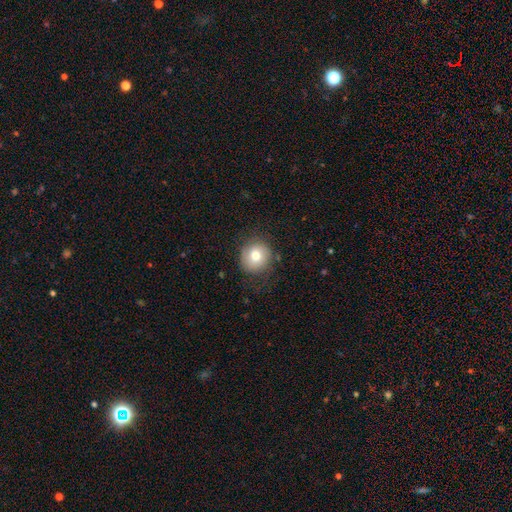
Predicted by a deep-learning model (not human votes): Smooth or featured?
  - smooth: 73% *
  - featured or disk: 17%
  - star or artifact: 10%
How rounded?
  - round: 86% *
  - in between: 13%
  - cigar-shaped: 1%
Merging?
  - none: 78% *
  - minor disturbance: 15%
  - major disturbance: 6%
  - merger: 1%